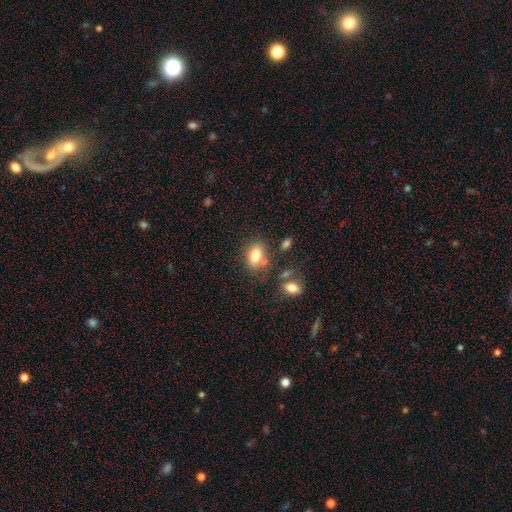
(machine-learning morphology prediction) smooth_or_featured: smooth (p=0.81) [alt: featured or disk p=0.10]
how_rounded: in between (p=0.82) [alt: round p=0.16]
merging: none (p=0.64) [alt: minor disturbance p=0.18]